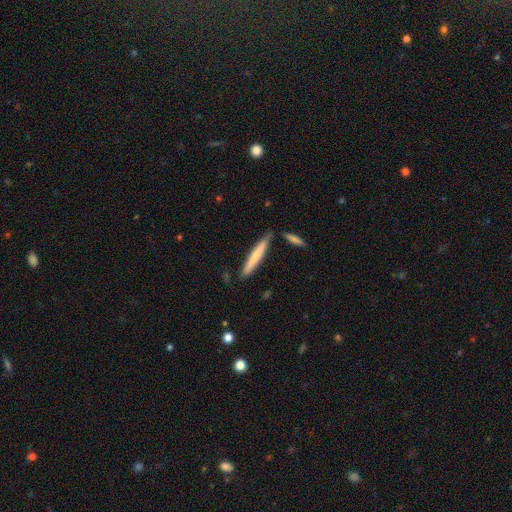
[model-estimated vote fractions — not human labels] The model was most divided on "smooth or featured": smooth: 65%, featured or disk: 30%, star or artifact: 5%. More confident: how rounded — cigar-shaped (94%); merging — none (79%).